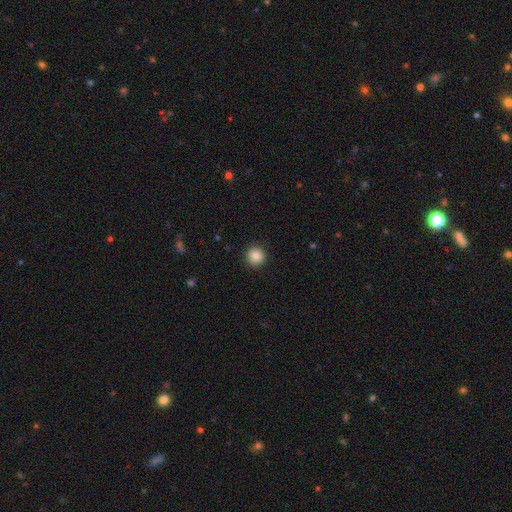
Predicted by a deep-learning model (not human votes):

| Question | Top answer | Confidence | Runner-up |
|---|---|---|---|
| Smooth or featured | smooth | 85% | star or artifact (10%) |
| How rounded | round | 95% | in between (5%) |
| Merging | none | 91% | minor disturbance (6%) |